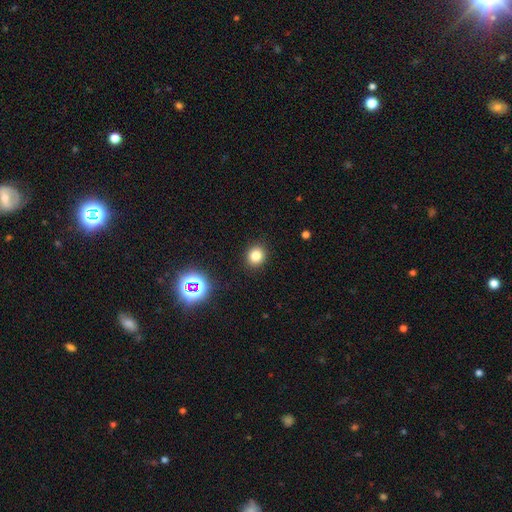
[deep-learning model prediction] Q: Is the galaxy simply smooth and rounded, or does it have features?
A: smooth — 79%.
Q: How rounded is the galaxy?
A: round — 76%.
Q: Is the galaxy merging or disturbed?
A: none — 91%.